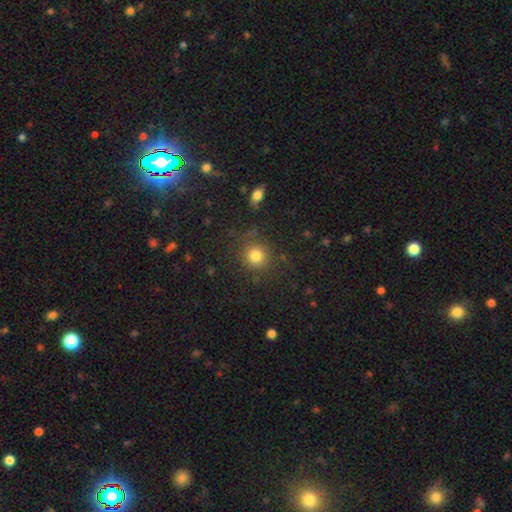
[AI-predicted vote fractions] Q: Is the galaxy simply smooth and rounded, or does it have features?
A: smooth — 80%.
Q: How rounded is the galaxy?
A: round — 91%.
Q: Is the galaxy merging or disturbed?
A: none — 83%.